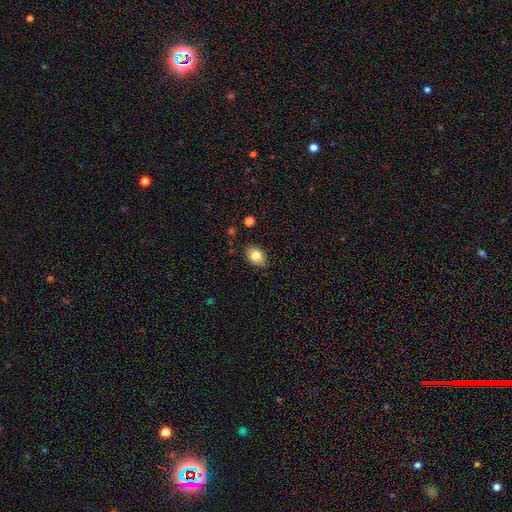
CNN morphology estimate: Q: Smooth or featured?
A: smooth (81%); runner-up: featured or disk (10%)
Q: How rounded?
A: in between (74%); runner-up: round (25%)
Q: Merging?
A: none (85%); runner-up: minor disturbance (11%)